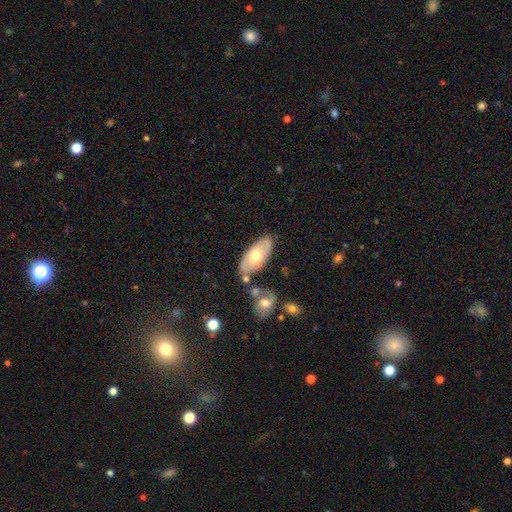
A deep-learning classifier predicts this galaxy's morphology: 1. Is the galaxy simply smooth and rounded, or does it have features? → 53% smooth, 41% featured or disk, 6% star or artifact.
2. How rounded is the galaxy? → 91% in between, 6% cigar-shaped, 3% round.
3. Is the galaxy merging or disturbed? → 70% none, 16% minor disturbance, 10% merger, 4% major disturbance.